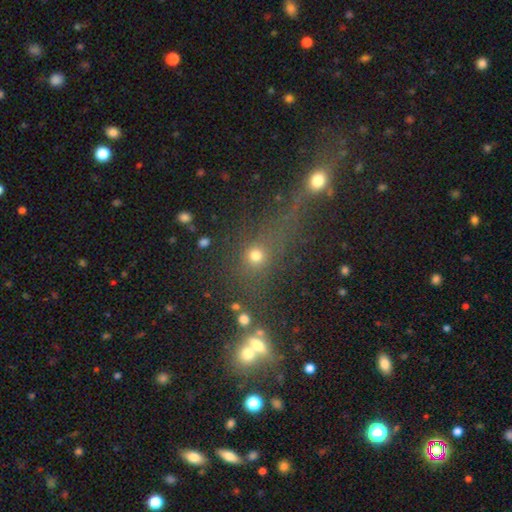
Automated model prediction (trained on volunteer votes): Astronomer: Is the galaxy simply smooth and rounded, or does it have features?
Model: smooth — 62%.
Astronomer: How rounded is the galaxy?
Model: round — 73%.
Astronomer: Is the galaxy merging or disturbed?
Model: none — 55%.